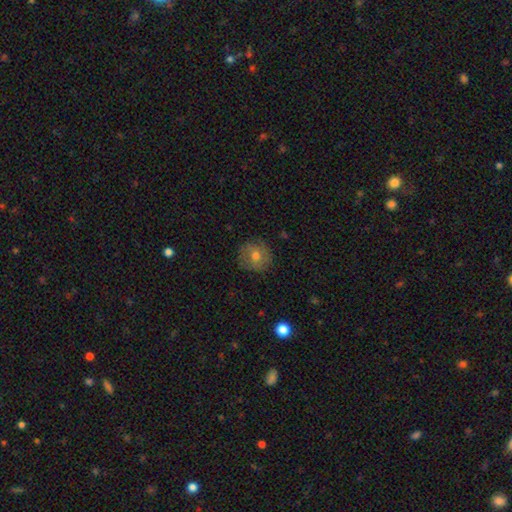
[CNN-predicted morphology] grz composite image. It shows a smooth galaxy with no disk features (65%) that is round (90%). Merging: none (81%).